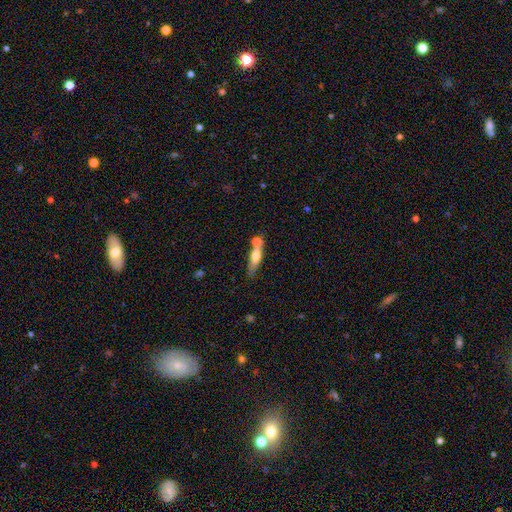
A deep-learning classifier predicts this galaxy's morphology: smooth 58%, featured or disk 35%, star or artifact 7%. Down the decision tree: how rounded — cigar-shaped (62%); merging — none (49%).